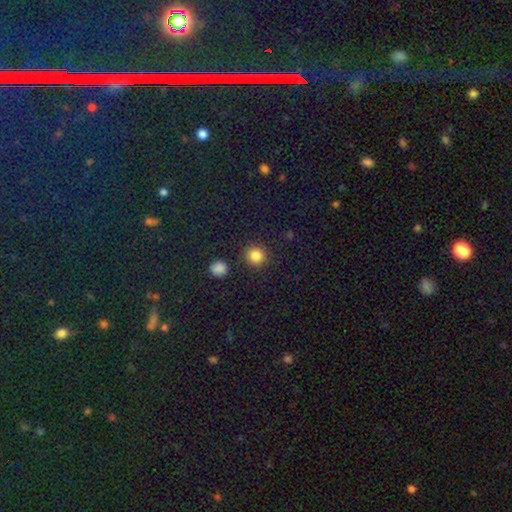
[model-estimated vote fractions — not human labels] This is clearly a smooth galaxy (84%). How rounded: clearly round (92%). Merging: clearly none (89%).